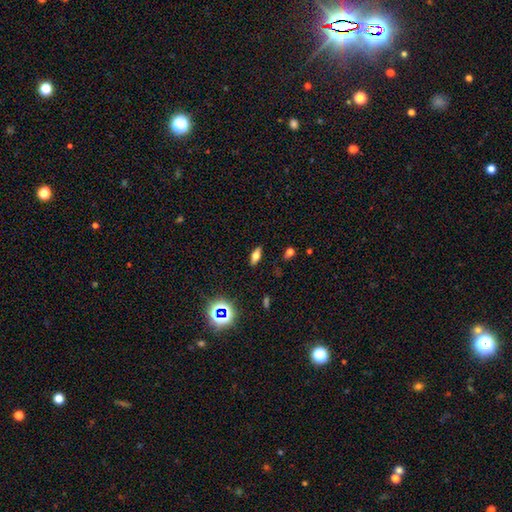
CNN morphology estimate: This is possibly a smooth galaxy (55%). How rounded: likely in between (71%). Merging: clearly none (88%).